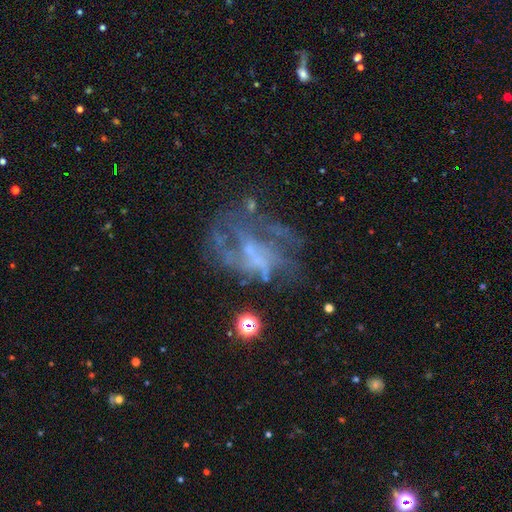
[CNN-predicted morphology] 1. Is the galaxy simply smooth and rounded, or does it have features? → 68% featured or disk, 18% star or artifact, 14% smooth.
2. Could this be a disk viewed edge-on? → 97% no, 3% yes.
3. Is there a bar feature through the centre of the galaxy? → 69% no, 24% weak, 7% strong.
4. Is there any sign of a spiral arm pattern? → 51% no, 49% yes.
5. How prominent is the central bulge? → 50% none, 36% small, 11% moderate, 2% large, 1% dominant.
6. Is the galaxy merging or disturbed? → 44% none, 34% major disturbance, 17% minor disturbance, 5% merger.